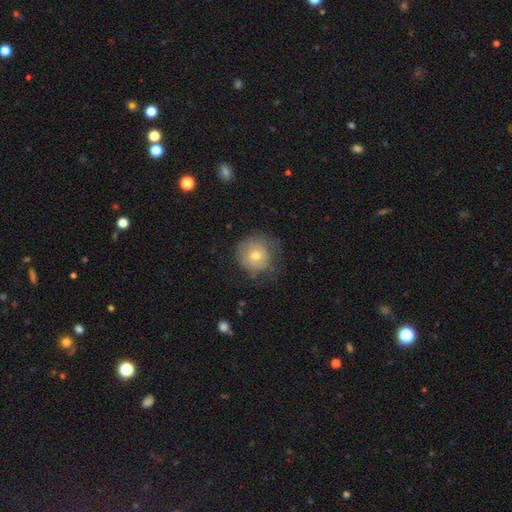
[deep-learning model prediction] smooth_or_featured: smooth (p=0.58) [alt: featured or disk p=0.33]
how_rounded: round (p=0.89) [alt: in between p=0.11]
merging: none (p=0.57) [alt: minor disturbance p=0.27]